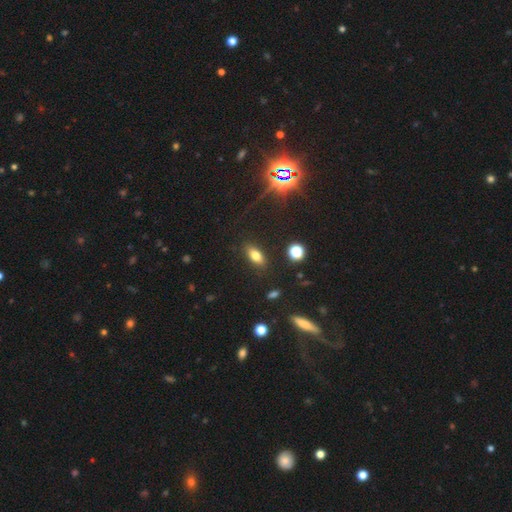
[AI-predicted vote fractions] Morphology: type=smooth (73%); roundness=in between (79%); merging=none (85%).